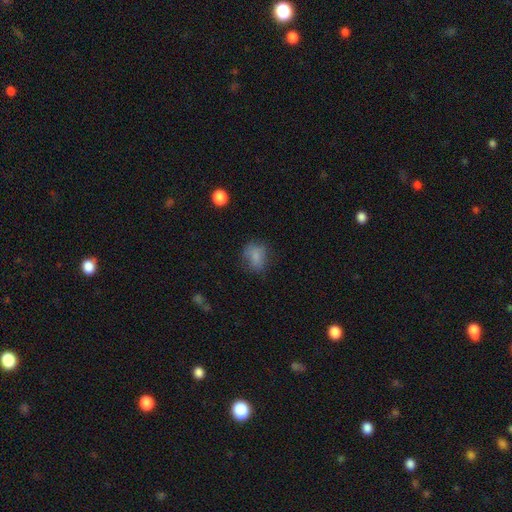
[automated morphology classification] Smooth or featured? smooth (76%)
How rounded? in between (50%)
Merging? none (62%)